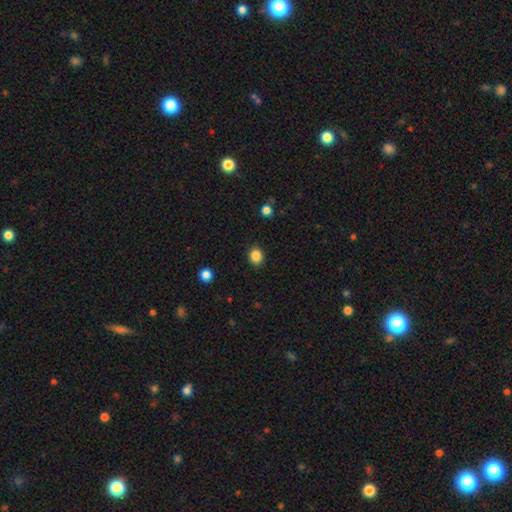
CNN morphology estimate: Smooth or featured? smooth (85%)
How rounded? round (72%)
Merging? none (89%)